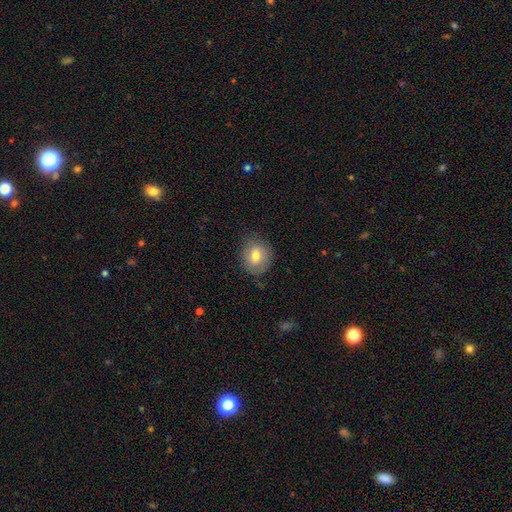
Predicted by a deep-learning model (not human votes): This is likely a smooth galaxy (75%). How rounded: likely round (68%). Merging: likely none (78%).